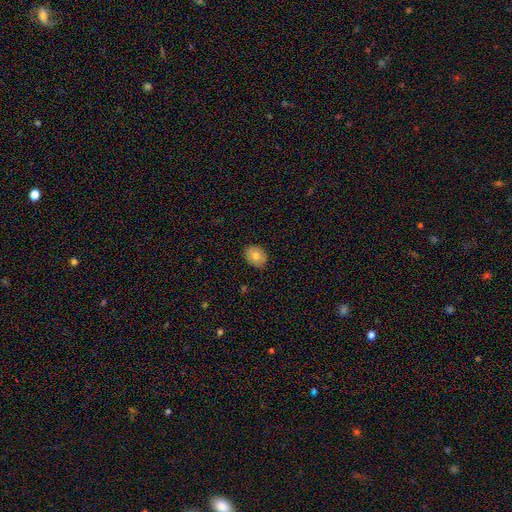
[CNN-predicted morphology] smooth_or_featured: smooth (p=0.77) [alt: featured or disk p=0.15]
how_rounded: in between (p=0.58) [alt: round p=0.41]
merging: none (p=0.85) [alt: minor disturbance p=0.12]